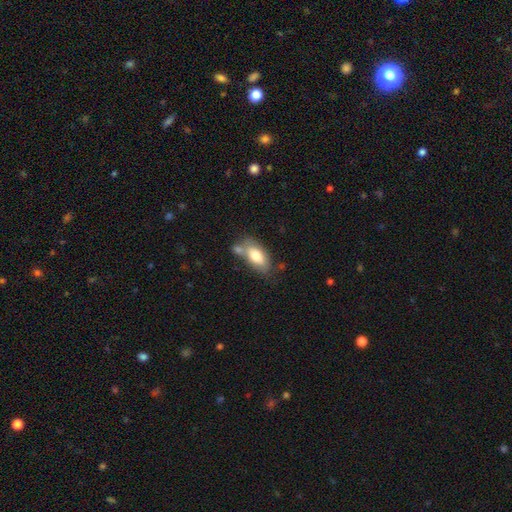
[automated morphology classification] Smooth or featured? Predicted: smooth (p=0.74). How rounded? Predicted: in between (p=0.91). Merging? Predicted: none (p=0.47).